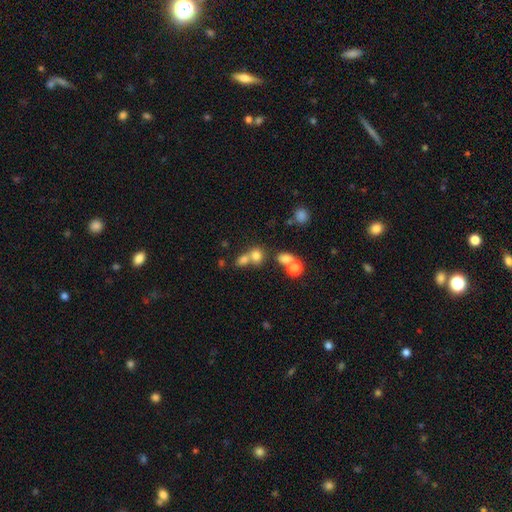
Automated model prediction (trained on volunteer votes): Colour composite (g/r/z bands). It shows a smooth galaxy with no disk features (72%) that is round (63%). Merging: merger (49%).